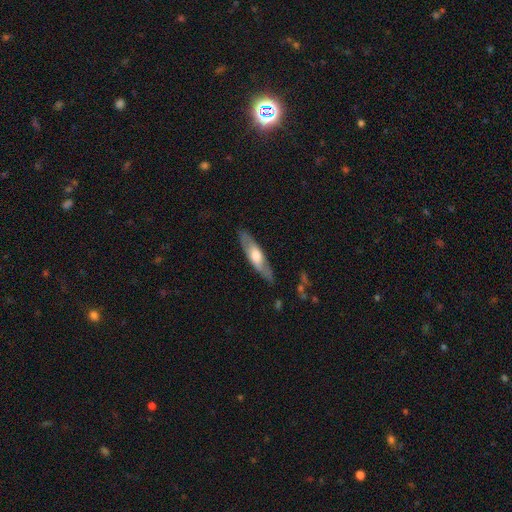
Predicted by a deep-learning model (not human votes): smooth_or_featured: featured or disk (p=0.51) [alt: smooth p=0.44]
disk_edge_on: yes (p=0.62) [alt: no p=0.38]
merging: none (p=0.83) [alt: minor disturbance p=0.13]